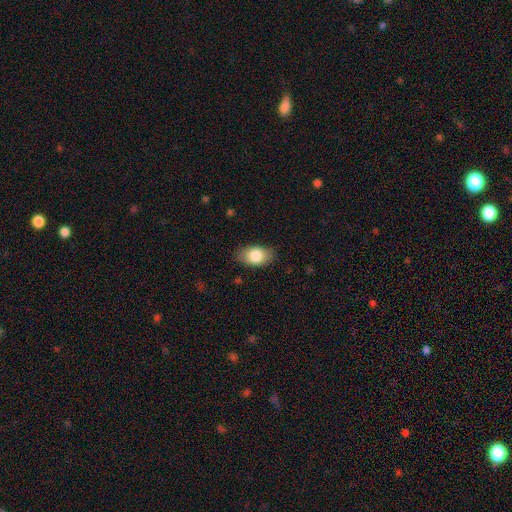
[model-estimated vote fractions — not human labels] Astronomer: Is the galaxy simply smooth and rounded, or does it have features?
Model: smooth — 82%.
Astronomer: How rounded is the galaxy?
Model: in between — 90%.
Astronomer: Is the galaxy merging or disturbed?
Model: none — 83%.